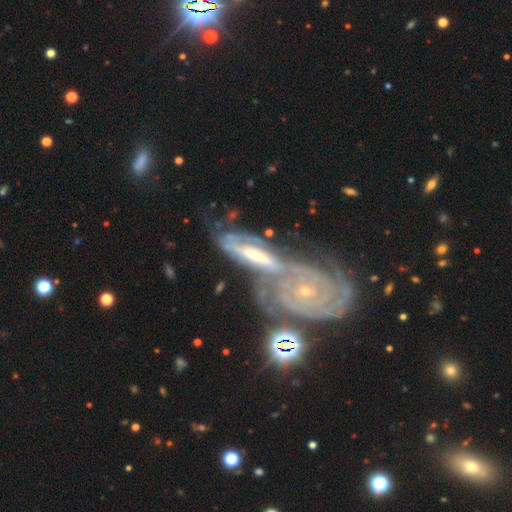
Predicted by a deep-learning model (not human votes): Smooth or featured? featured or disk (80%)
Edge-on disk? no (84%)
Bar? no (45%)
Spiral arms? yes (89%)
Spiral winding? tight (66%)
Spiral arm count? can't tell (45%)
Bulge size? small (50%)
Merging? merger (54%)